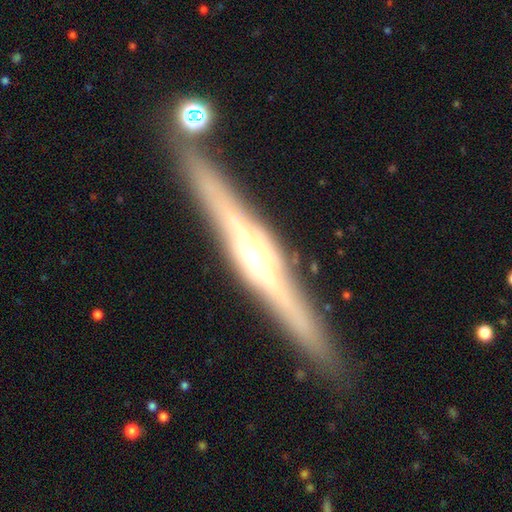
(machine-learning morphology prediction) Smooth or featured? Predicted: featured or disk (p=0.85). Edge-on disk? Predicted: yes (p=0.97). Edge-on bulge? Predicted: rounded (p=0.68). Merging? Predicted: none (p=0.89).